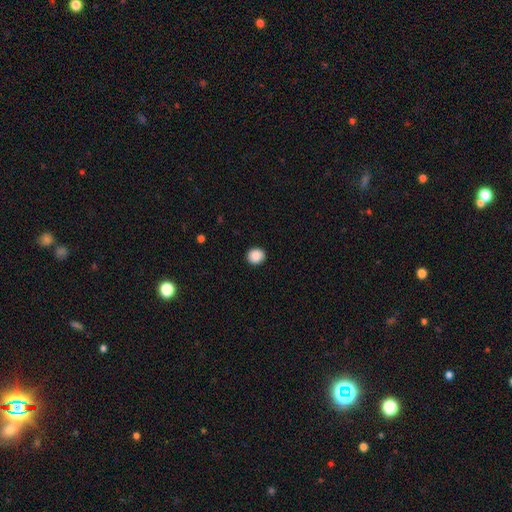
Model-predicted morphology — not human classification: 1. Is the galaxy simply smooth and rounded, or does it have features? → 89% smooth, 9% star or artifact, 2% featured or disk.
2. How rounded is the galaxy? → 84% round, 15% in between, 1% cigar-shaped.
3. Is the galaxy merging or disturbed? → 92% none, 5% minor disturbance, 2% major disturbance, 1% merger.